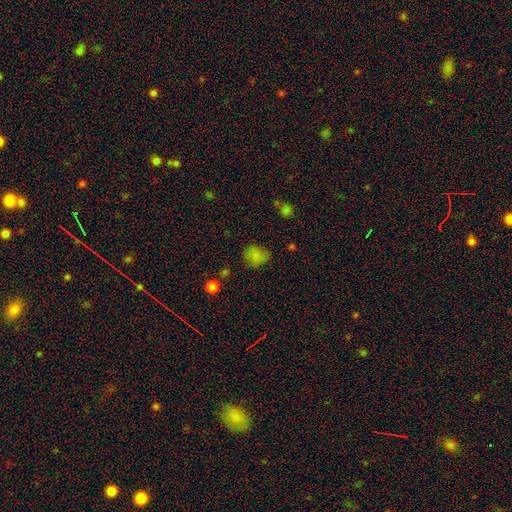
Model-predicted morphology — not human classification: This is likely a smooth galaxy (78%). How rounded: likely round (63%). Merging: likely none (70%).